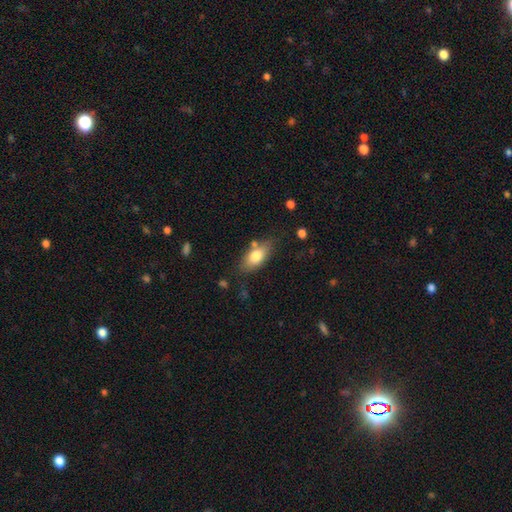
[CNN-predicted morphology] A smooth galaxy with no disk features (75%) that is in between round and cigar-shaped (85%).

Vote fractions:
- Smooth or featured? smooth: 75% / featured or disk: 18% / star or artifact: 7%
- How rounded? in between: 85% / cigar-shaped: 11% / round: 4%
- Merging? none: 73% / minor disturbance: 17% / merger: 6% / major disturbance: 4%